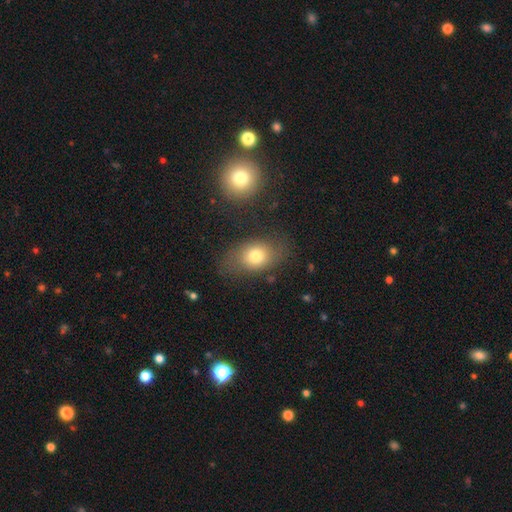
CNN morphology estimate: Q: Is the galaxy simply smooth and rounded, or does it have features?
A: smooth — 74%.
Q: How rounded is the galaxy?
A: in between — 70%.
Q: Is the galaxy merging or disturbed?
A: none — 70%.